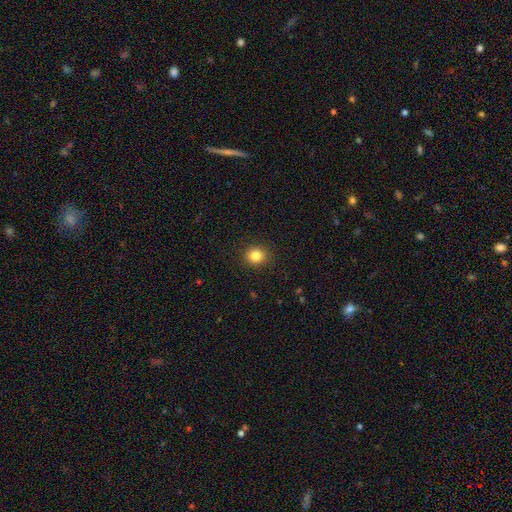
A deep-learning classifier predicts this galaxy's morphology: Smooth or featured? smooth (83%)
How rounded? round (83%)
Merging? none (91%)